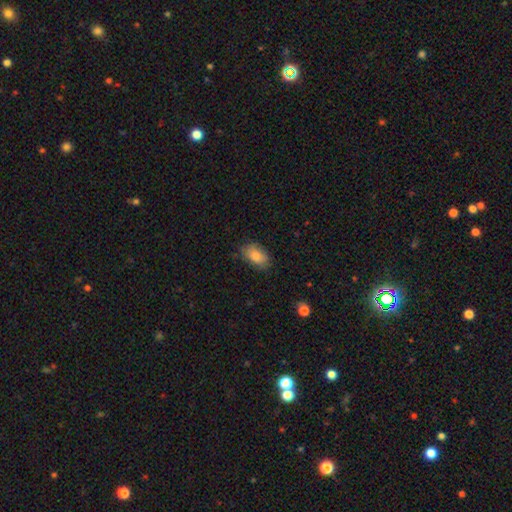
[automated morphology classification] Smooth or featured?
  - smooth: 82% *
  - featured or disk: 10%
  - star or artifact: 8%
How rounded?
  - in between: 91% *
  - round: 7%
  - cigar-shaped: 2%
Merging?
  - none: 78% *
  - minor disturbance: 17%
  - major disturbance: 3%
  - merger: 1%